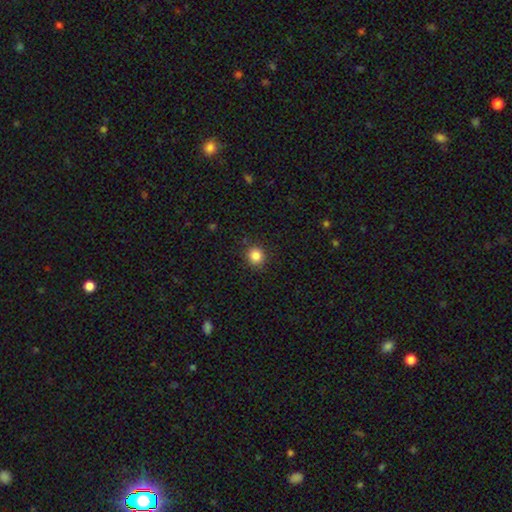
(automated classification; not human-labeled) smooth-or-featured: smooth: 85% | star or artifact: 11% | featured or disk: 4%
  how-rounded: round: 89% | in between: 10% | cigar-shaped: 1%
  merging: none: 88% | minor disturbance: 8% | major disturbance: 3% | merger: 1%